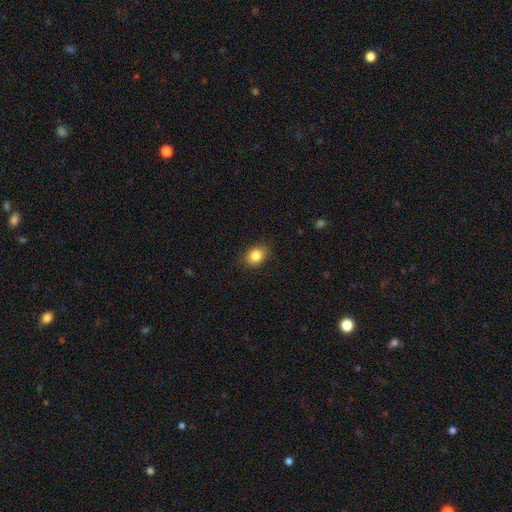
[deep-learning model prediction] A smooth galaxy with no disk features (84%) that is in between round and cigar-shaped (55%).

Vote fractions:
- Smooth or featured? smooth: 84% / star or artifact: 10% / featured or disk: 7%
- How rounded? in between: 55% / round: 44% / cigar-shaped: 1%
- Merging? none: 85% / minor disturbance: 12% / major disturbance: 2% / merger: 1%